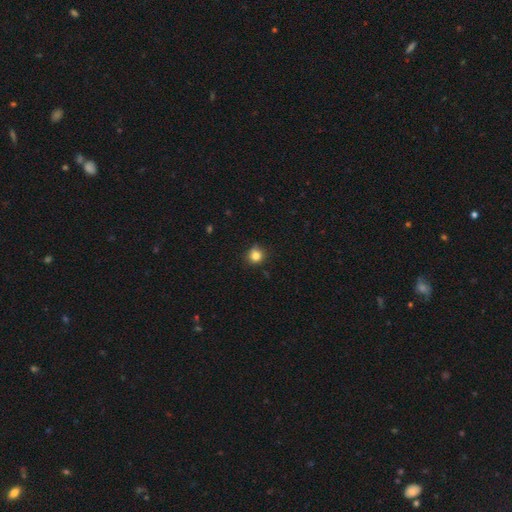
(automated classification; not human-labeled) This appears to be a smooth galaxy with no disk features (82%) that is round (90%). Merging: none (82%).